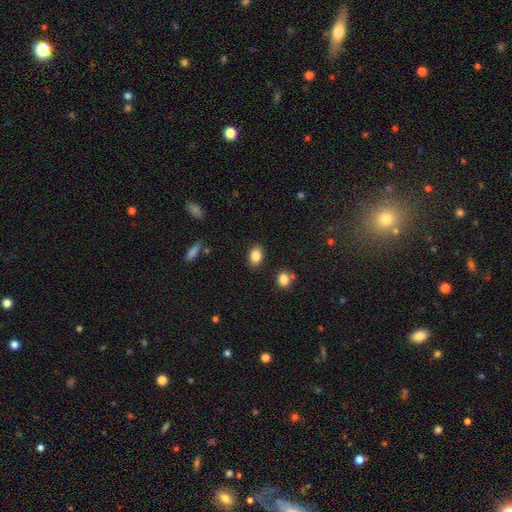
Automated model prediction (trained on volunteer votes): Smooth or featured: smooth — 85% (star or artifact — 9%)
How rounded: in between — 75% (round — 24%)
Merging: none — 86% (minor disturbance — 9%)